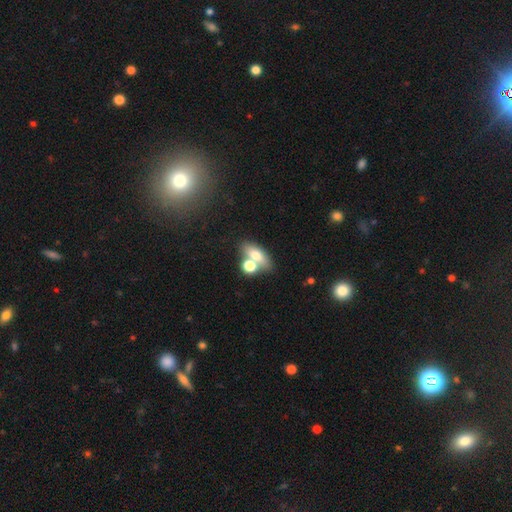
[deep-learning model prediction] Smooth or featured? smooth (69%)
How rounded? in between (73%)
Merging? none (44%)